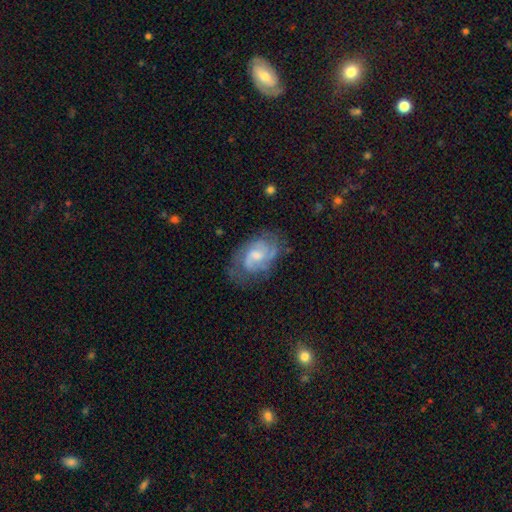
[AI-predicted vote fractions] Smooth or featured?
  - featured or disk: 78% *
  - smooth: 15%
  - star or artifact: 7%
Edge-on disk?
  - no: 97% *
  - yes: 3%
Bar?
  - no: 49% *
  - weak: 45%
  - strong: 6%
Spiral arms?
  - yes: 94% *
  - no: 6%
Spiral winding?
  - medium: 46% *
  - tight: 39%
  - loose: 15%
Spiral arm count?
  - 2: 61% *
  - can't tell: 18%
  - 3: 12%
  - 1: 4%
  - 4: 3%
  - more than 4: 2%
Bulge size?
  - moderate: 44% *
  - small: 42%
  - none: 9%
  - large: 4%
  - dominant: 1%
Merging?
  - none: 67% *
  - minor disturbance: 22%
  - major disturbance: 10%
  - merger: 2%